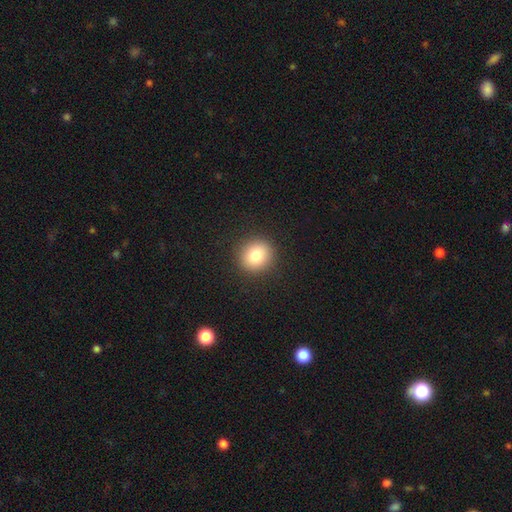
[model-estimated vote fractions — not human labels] This appears to be a smooth galaxy with no disk features (80%) that is round (89%). Merging: none (91%).